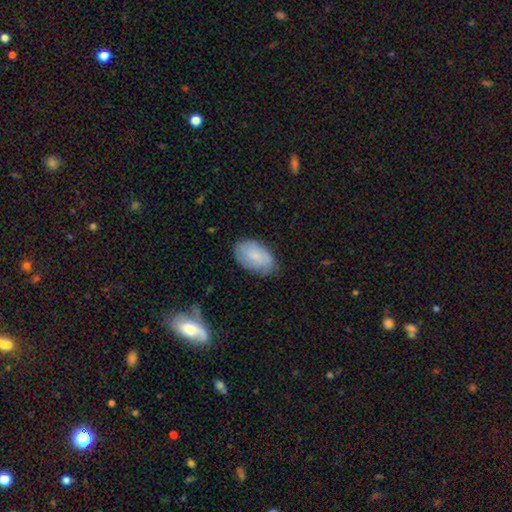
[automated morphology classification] smooth_or_featured: smooth (p=0.61) [alt: featured or disk p=0.31]
how_rounded: in between (p=0.91) [alt: round p=0.07]
merging: none (p=0.69) [alt: minor disturbance p=0.24]